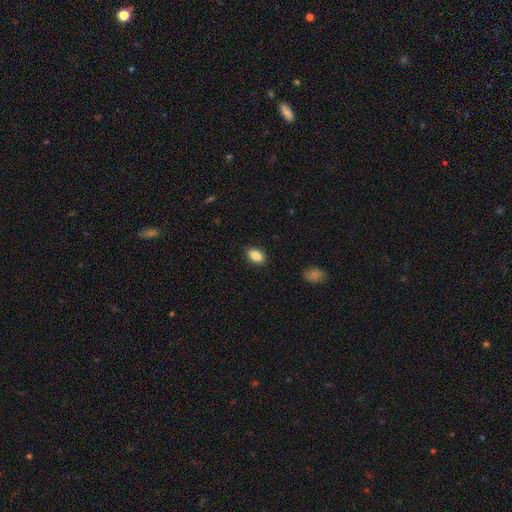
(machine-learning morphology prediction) Smooth or featured: smooth — 86% (star or artifact — 8%)
How rounded: in between — 88% (round — 10%)
Merging: none — 86% (minor disturbance — 11%)